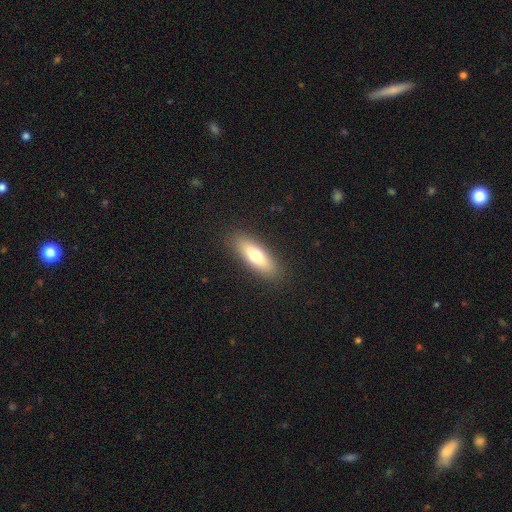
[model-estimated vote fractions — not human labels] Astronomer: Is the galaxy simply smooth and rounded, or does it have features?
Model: smooth — 67%.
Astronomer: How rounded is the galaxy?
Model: in between — 55% (runner-up: cigar-shaped, 43%).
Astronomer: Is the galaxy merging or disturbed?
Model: none — 89%.